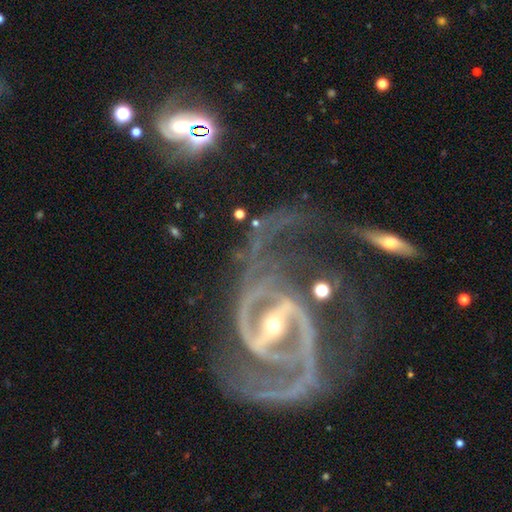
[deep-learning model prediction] Smooth or featured? Predicted: featured or disk (p=0.90). Edge-on disk? Predicted: no (p=0.96). Bar? Predicted: strong (p=0.74). Spiral arms? Predicted: yes (p=0.95). Spiral winding? Predicted: medium (p=0.49). Spiral arm count? Predicted: 2 (p=0.78). Bulge size? Predicted: small (p=0.65). Merging? Predicted: none (p=0.37).